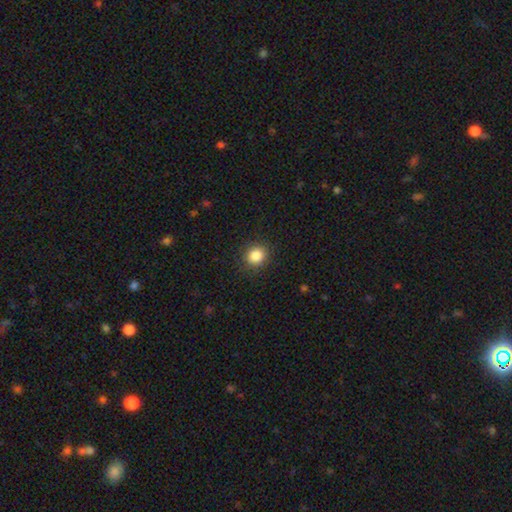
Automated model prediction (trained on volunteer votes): smooth 85%, star or artifact 10%, featured or disk 4%. Down the decision tree: how rounded — round (82%); merging — none (89%).